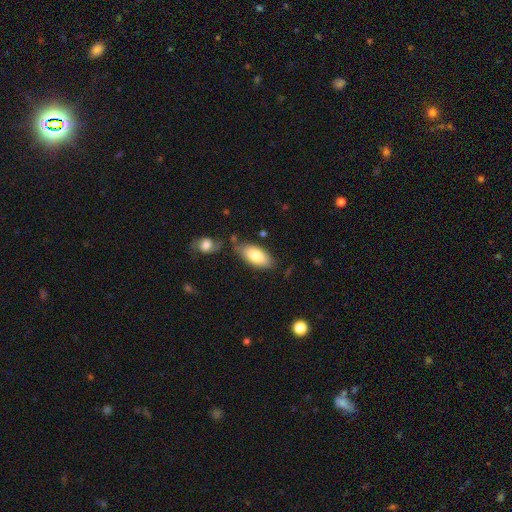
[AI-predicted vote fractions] A smooth galaxy with no disk features (81%) that is in between round and cigar-shaped (92%).

Vote fractions:
- Smooth or featured? smooth: 81% / featured or disk: 13% / star or artifact: 6%
- How rounded? in between: 92% / cigar-shaped: 5% / round: 2%
- Merging? none: 70% / minor disturbance: 17% / merger: 9% / major disturbance: 4%